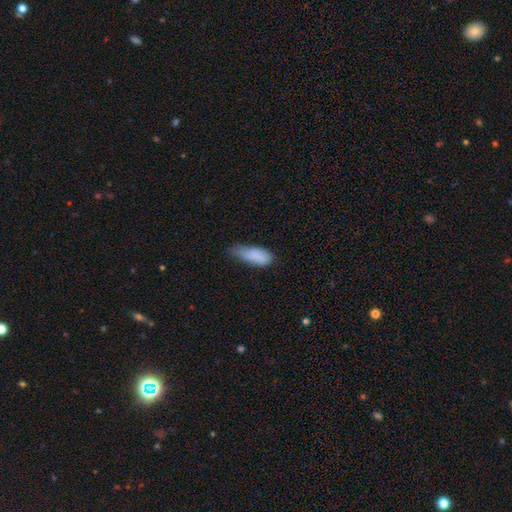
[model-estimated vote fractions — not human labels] Q: Smooth or featured?
A: smooth (86%); runner-up: featured or disk (7%)
Q: How rounded?
A: in between (74%); runner-up: cigar-shaped (24%)
Q: Merging?
A: minor disturbance (46%); runner-up: none (39%)